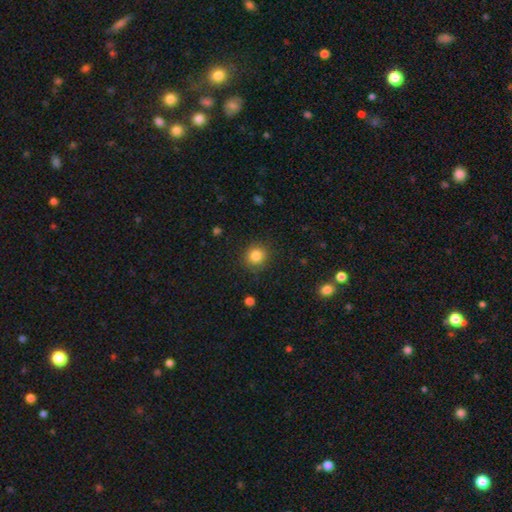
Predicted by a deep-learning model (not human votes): Smooth or featured? smooth (84%)
How rounded? round (90%)
Merging? none (89%)